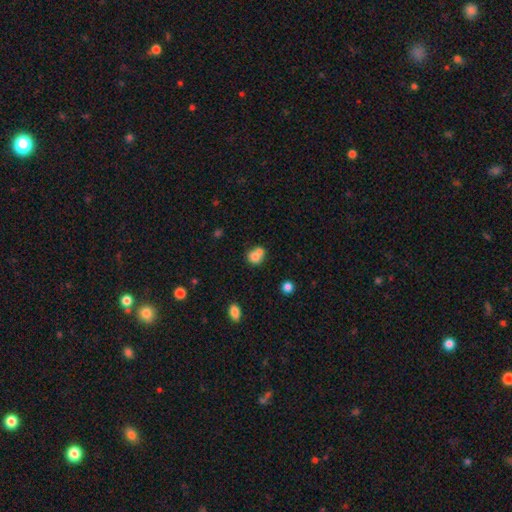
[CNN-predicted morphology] A smooth galaxy with no disk features (75%) that is round (73%).

Vote fractions:
- Smooth or featured? smooth: 75% / featured or disk: 14% / star or artifact: 11%
- How rounded? round: 73% / in between: 27% / cigar-shaped: 1%
- Merging? merger: 56% / none: 32% / minor disturbance: 8% / major disturbance: 4%